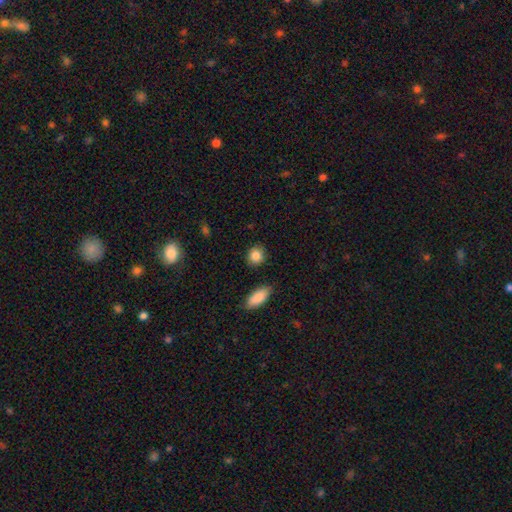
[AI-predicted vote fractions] Smooth or featured? smooth (87%)
How rounded? round (71%)
Merging? none (86%)